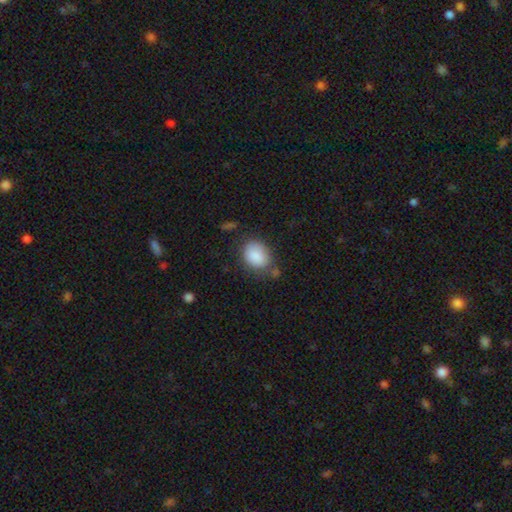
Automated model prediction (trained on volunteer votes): smooth 88%, star or artifact 7%, featured or disk 6%. Down the decision tree: how rounded — in between (62%); merging — none (59%).